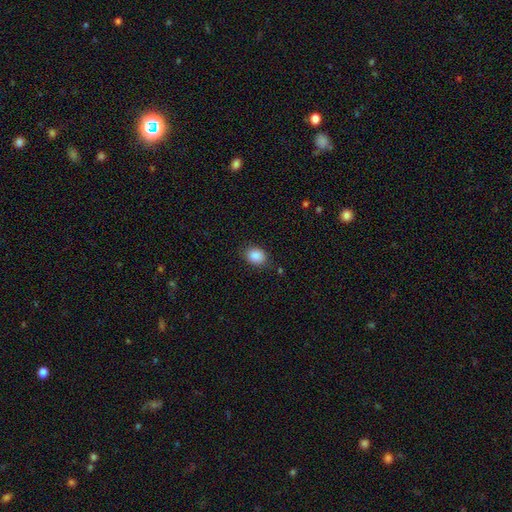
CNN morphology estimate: Overall: smooth (88%). How rounded: in between (64%; round 35%). Merging: none (83%).